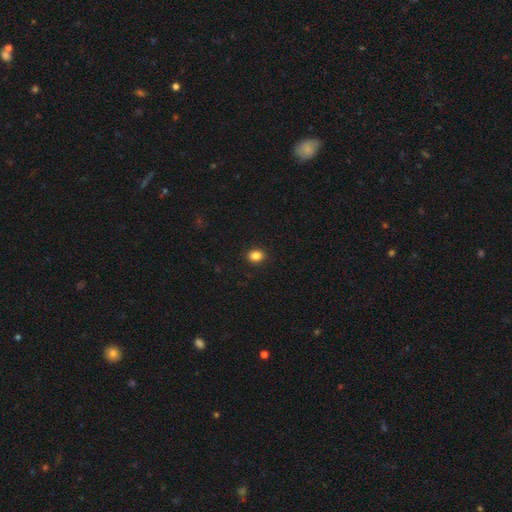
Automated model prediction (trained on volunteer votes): Smooth or featured?
  - smooth: 86% *
  - star or artifact: 10%
  - featured or disk: 4%
How rounded?
  - round: 54% *
  - in between: 45%
  - cigar-shaped: 1%
Merging?
  - none: 91% *
  - minor disturbance: 6%
  - major disturbance: 2%
  - merger: 1%